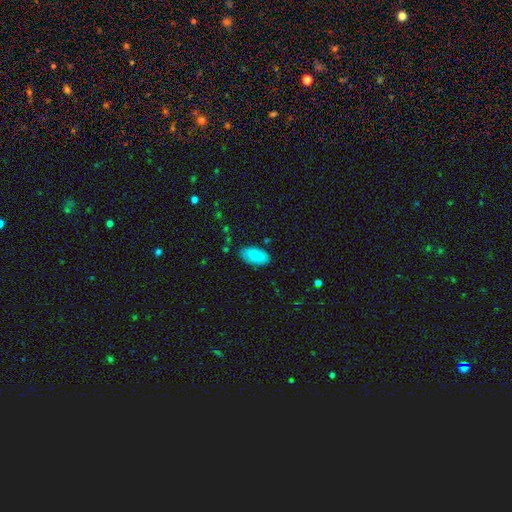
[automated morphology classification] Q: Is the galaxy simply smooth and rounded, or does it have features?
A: smooth — 89%.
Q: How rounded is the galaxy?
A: in between — 95%.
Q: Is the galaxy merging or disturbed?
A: none — 84%.